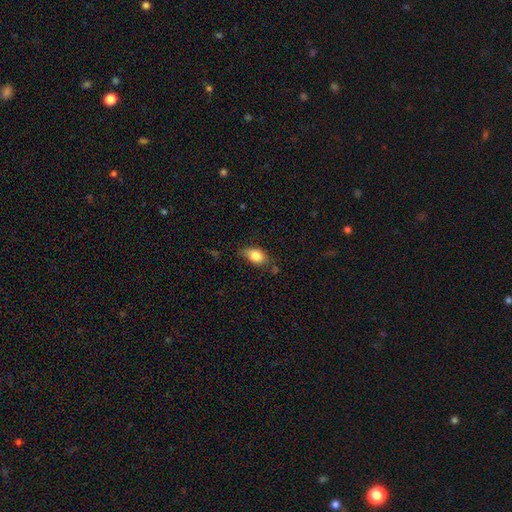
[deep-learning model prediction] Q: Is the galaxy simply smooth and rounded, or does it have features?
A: smooth — 83%.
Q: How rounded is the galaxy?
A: in between — 85%.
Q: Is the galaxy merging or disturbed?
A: none — 65%.